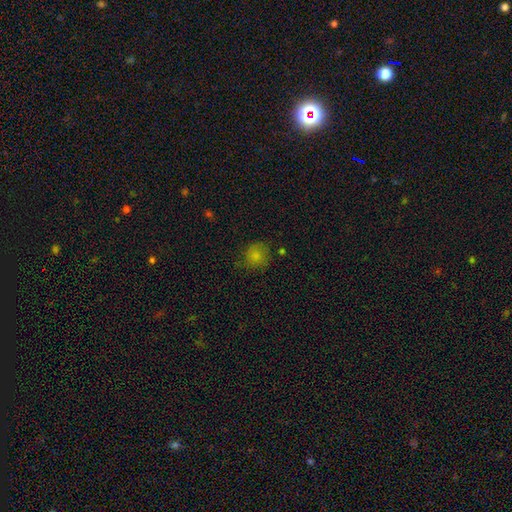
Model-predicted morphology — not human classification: Overall: smooth (80%). How rounded: round (85%). Merging: none (70%).